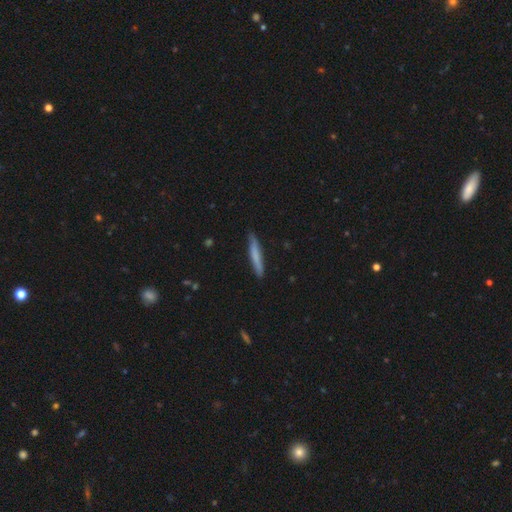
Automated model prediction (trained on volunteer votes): A smooth galaxy with no disk features (68%) that is cigar-shaped (95%). Merging: none (87%).